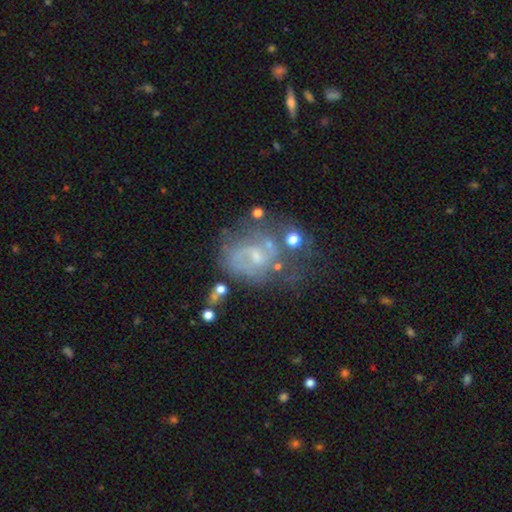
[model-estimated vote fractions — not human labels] smooth-or-featured: featured or disk: 70% | smooth: 18% | star or artifact: 12%
  disk-edge-on: no: 98% | yes: 2%
    bar: no: 48% | weak: 44% | strong: 9%
    has-spiral-arms: yes: 74% | no: 26%
      spiral-winding: medium: 43% | loose: 30% | tight: 27%
      spiral-arm-count: 2: 52% | can't tell: 29% | 1: 9% | 3: 6% | 4: 2% | more than 4: 2%
    bulge-size: small: 55% | moderate: 23% | none: 20% | large: 2% | dominant: 1%
  merging: none: 43% | major disturbance: 24% | minor disturbance: 21% | merger: 11%